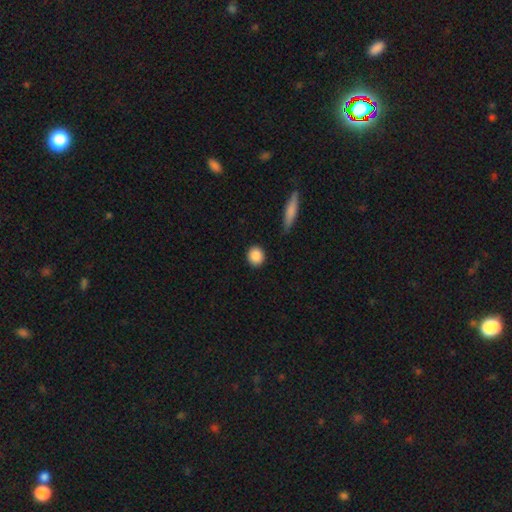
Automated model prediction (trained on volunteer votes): Smooth or featured: smooth — 89% (star or artifact — 7%)
How rounded: round — 83% (in between — 16%)
Merging: none — 89% (minor disturbance — 7%)